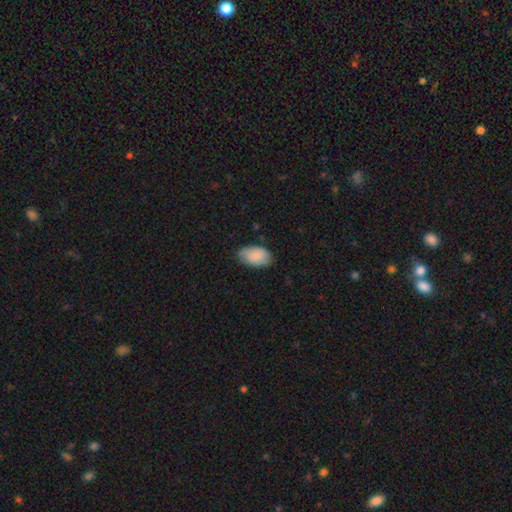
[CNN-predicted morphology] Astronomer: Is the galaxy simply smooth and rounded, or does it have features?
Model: smooth — 83%.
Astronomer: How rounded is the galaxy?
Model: in between — 94%.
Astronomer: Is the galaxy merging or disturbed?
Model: none — 76%.